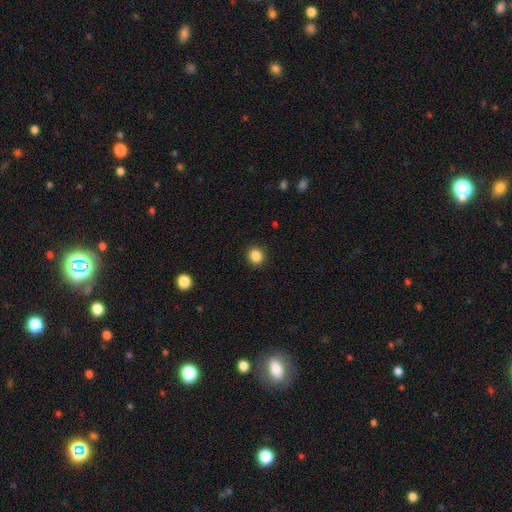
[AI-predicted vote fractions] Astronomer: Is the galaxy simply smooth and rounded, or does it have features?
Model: smooth — 86%.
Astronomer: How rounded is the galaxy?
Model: round — 81%.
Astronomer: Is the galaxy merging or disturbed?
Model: none — 91%.